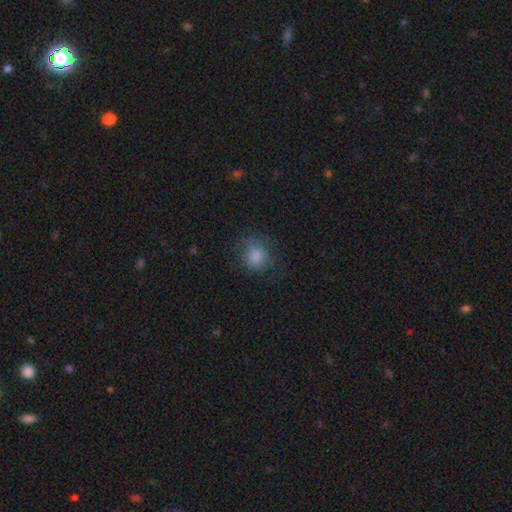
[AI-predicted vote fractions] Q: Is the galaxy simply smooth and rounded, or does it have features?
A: smooth — 80%.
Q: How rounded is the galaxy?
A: round — 75%.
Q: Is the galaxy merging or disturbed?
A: none — 68%.